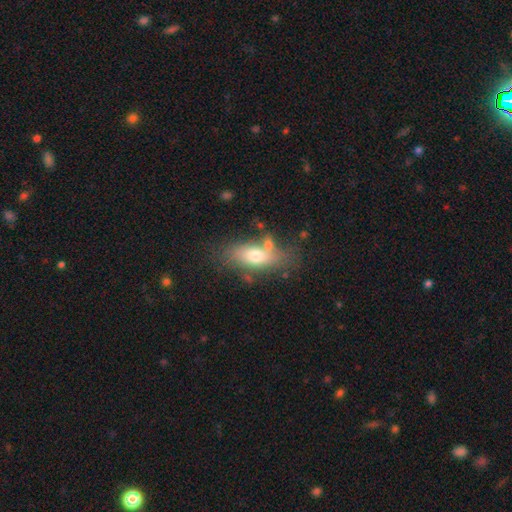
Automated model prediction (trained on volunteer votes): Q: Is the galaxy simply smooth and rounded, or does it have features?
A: smooth — 66%.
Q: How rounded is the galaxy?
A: in between — 79%.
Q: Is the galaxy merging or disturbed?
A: none — 61%.